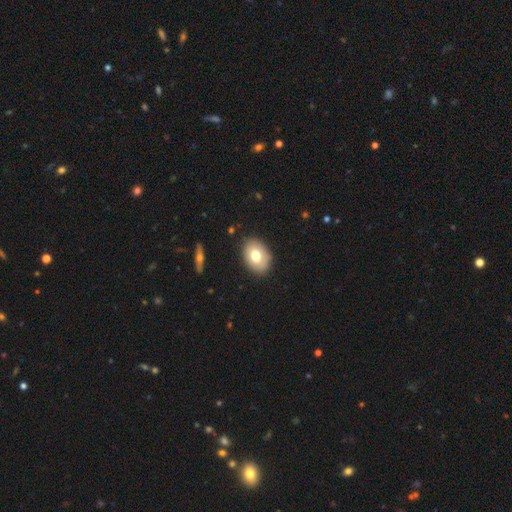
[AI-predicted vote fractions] Smooth or featured? smooth (71%)
How rounded? in between (79%)
Merging? none (85%)